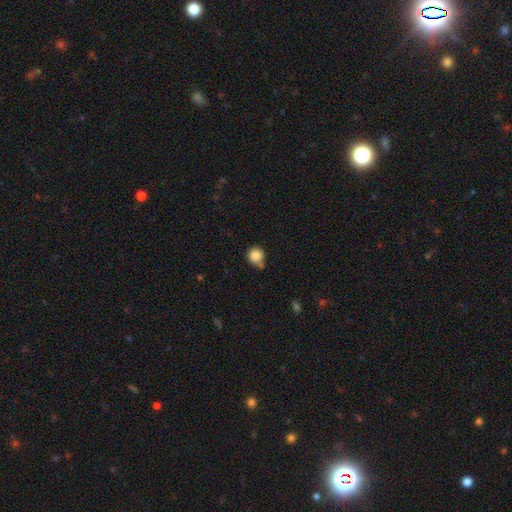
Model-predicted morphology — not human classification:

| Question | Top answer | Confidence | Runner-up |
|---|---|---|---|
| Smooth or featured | smooth | 84% | star or artifact (10%) |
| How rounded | round | 92% | in between (7%) |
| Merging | none | 70% | minor disturbance (15%) |